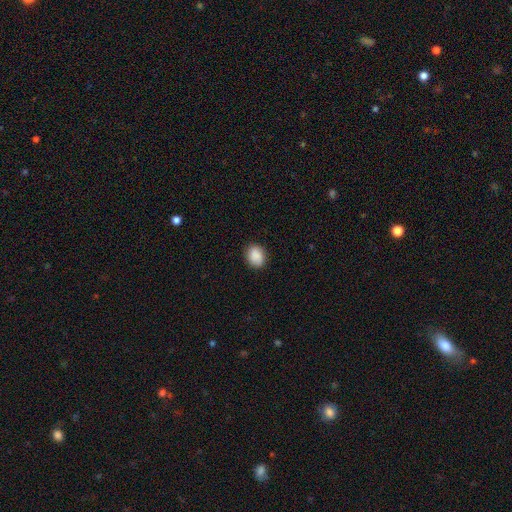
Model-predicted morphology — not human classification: Smooth or featured? Predicted: smooth (p=0.89). How rounded? Predicted: in between (p=0.56). Merging? Predicted: none (p=0.87).